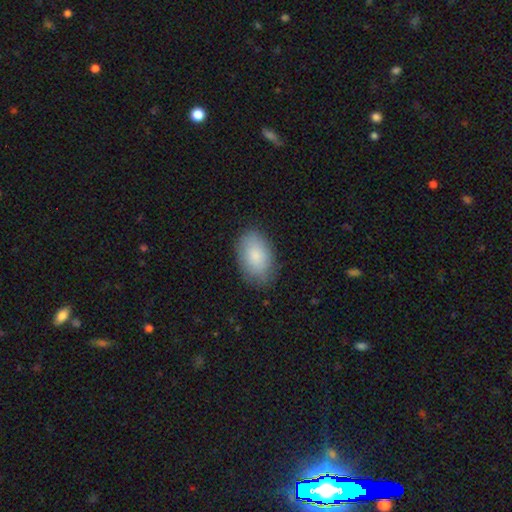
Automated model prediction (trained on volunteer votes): Smooth or featured?
  - smooth: 85% *
  - featured or disk: 9%
  - star or artifact: 6%
How rounded?
  - in between: 93% *
  - round: 6%
  - cigar-shaped: 1%
Merging?
  - none: 82% *
  - minor disturbance: 13%
  - major disturbance: 3%
  - merger: 1%